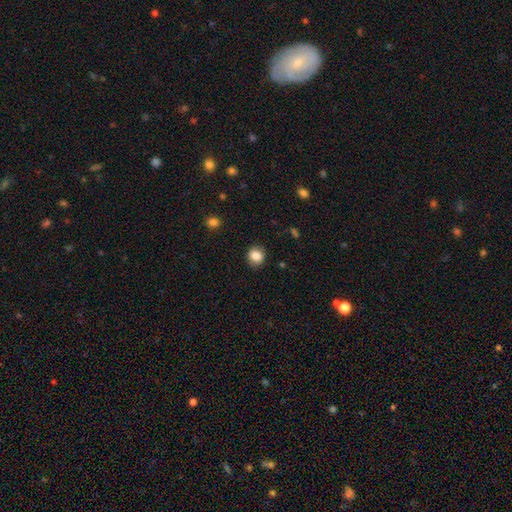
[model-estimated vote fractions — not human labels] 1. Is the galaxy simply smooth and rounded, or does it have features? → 86% smooth, 9% star or artifact, 5% featured or disk.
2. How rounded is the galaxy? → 75% round, 24% in between, 1% cigar-shaped.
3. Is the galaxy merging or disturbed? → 85% none, 11% minor disturbance, 3% major disturbance, 1% merger.